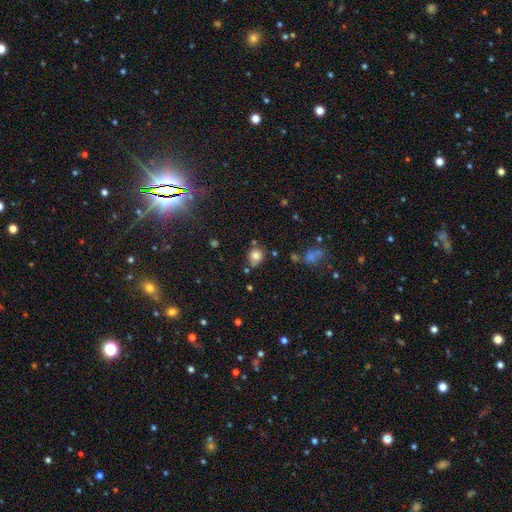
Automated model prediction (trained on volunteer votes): A smooth galaxy with no disk features (79%) that is round (77%).

Vote fractions:
- Smooth or featured? smooth: 79% / star or artifact: 13% / featured or disk: 8%
- How rounded? round: 77% / in between: 22% / cigar-shaped: 1%
- Merging? none: 68% / minor disturbance: 18% / merger: 9% / major disturbance: 5%